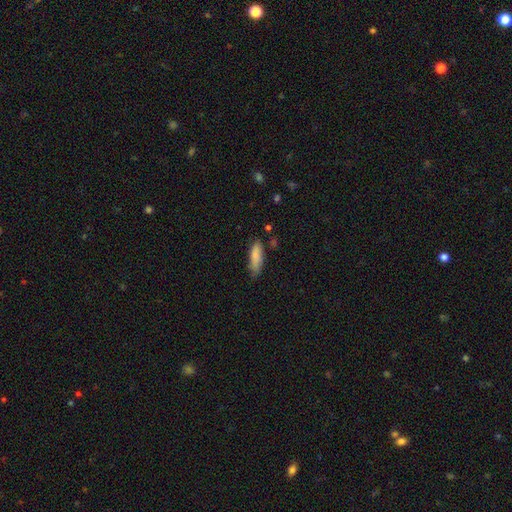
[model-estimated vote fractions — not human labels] smooth 84%, featured or disk 10%, star or artifact 6%. Down the decision tree: how rounded — in between (52%); merging — none (68%).